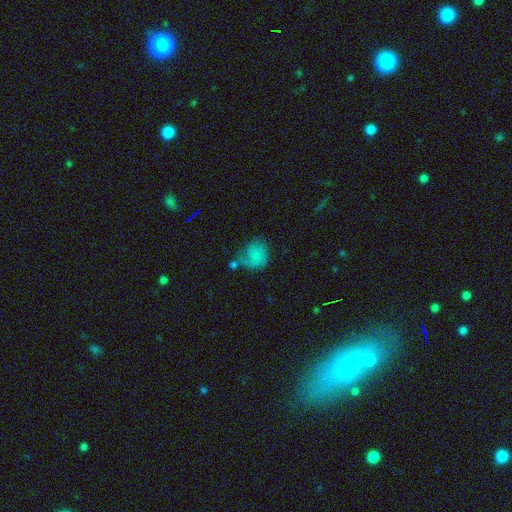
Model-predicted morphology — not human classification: Smooth or featured? Predicted: smooth (p=0.61). How rounded? Predicted: round (p=0.65). Merging? Predicted: none (p=0.36).